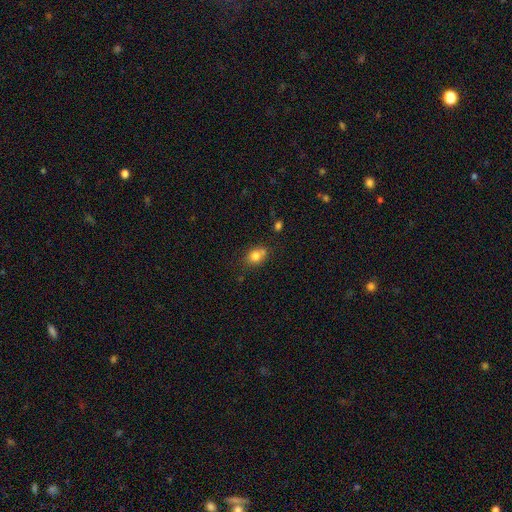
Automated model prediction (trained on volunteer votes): Smooth or featured: smooth — 78% (featured or disk — 11%)
How rounded: round — 53% (in between — 46%)
Merging: none — 56% (merger — 23%)